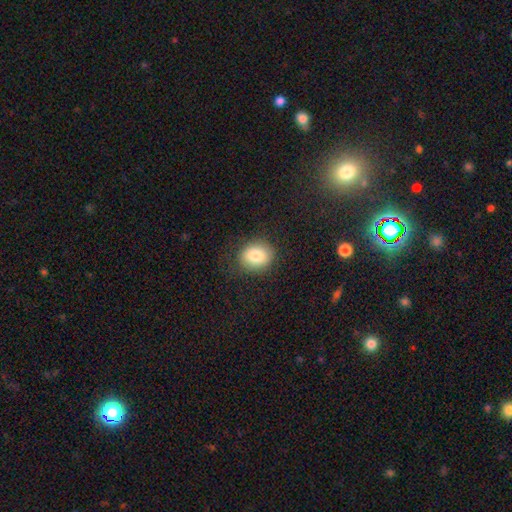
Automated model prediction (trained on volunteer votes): This is clearly a smooth galaxy (82%). How rounded: likely round (62%). Merging: clearly none (82%).